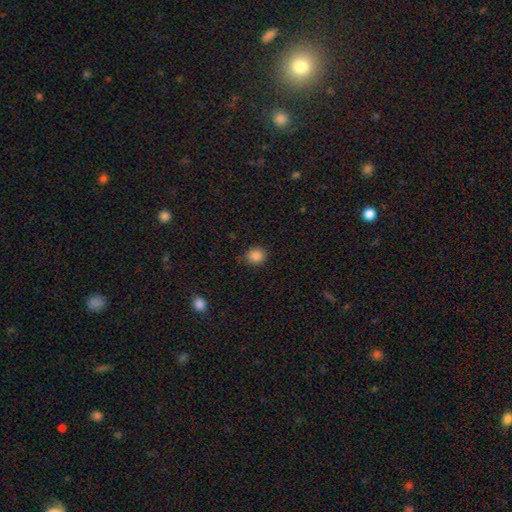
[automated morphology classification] Smooth or featured: smooth — 86% (star or artifact — 10%)
How rounded: round — 80% (in between — 19%)
Merging: none — 82% (minor disturbance — 14%)